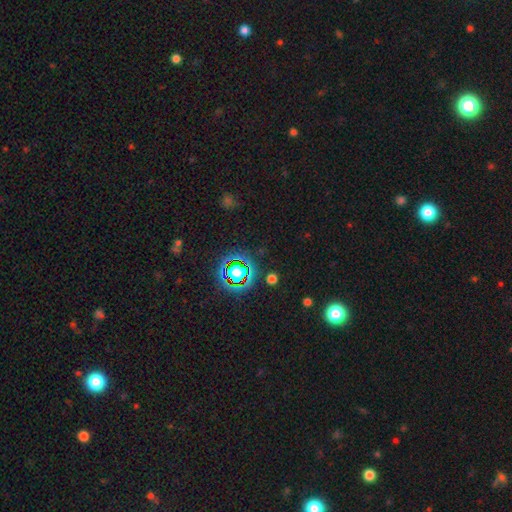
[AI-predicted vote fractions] Smooth or featured: star or artifact — 77% (smooth — 15%)